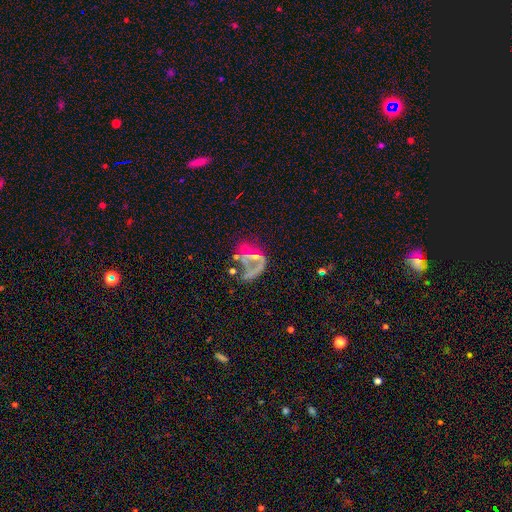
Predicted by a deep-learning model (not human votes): Q: Smooth or featured?
A: featured or disk (61%); runner-up: smooth (22%)
Q: Edge-on disk?
A: no (98%); runner-up: yes (2%)
Q: Bar?
A: no (71%); runner-up: weak (19%)
Q: Spiral arms?
A: no (74%); runner-up: yes (26%)
Q: Bulge size?
A: none (53%); runner-up: small (26%)
Q: Merging?
A: major disturbance (45%); runner-up: none (24%)